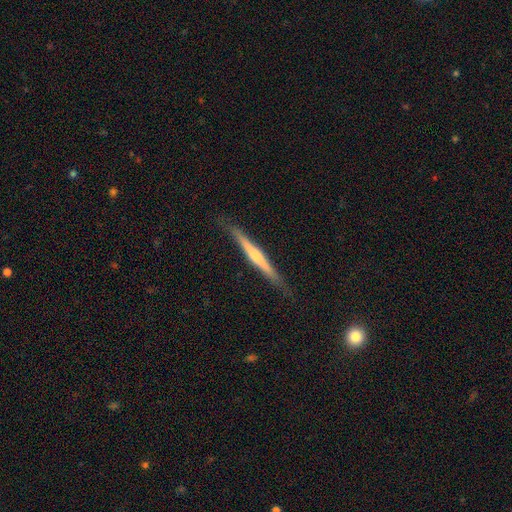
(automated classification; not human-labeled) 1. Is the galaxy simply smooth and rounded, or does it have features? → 64% featured or disk, 30% smooth, 6% star or artifact.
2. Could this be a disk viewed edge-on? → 98% yes, 2% no.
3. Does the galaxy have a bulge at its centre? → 64% rounded, 27% none, 9% boxy.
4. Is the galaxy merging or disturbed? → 86% none, 11% minor disturbance, 2% major disturbance, 1% merger.